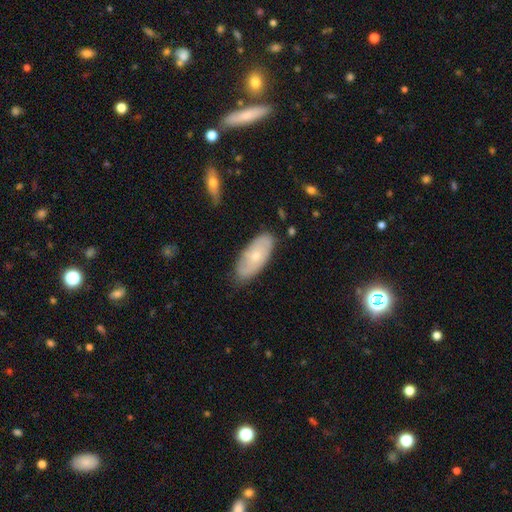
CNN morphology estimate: Smooth or featured?
  - smooth: 51% *
  - featured or disk: 43%
  - star or artifact: 6%
How rounded?
  - in between: 87% *
  - cigar-shaped: 10%
  - round: 3%
Merging?
  - none: 78% *
  - minor disturbance: 17%
  - major disturbance: 3%
  - merger: 2%